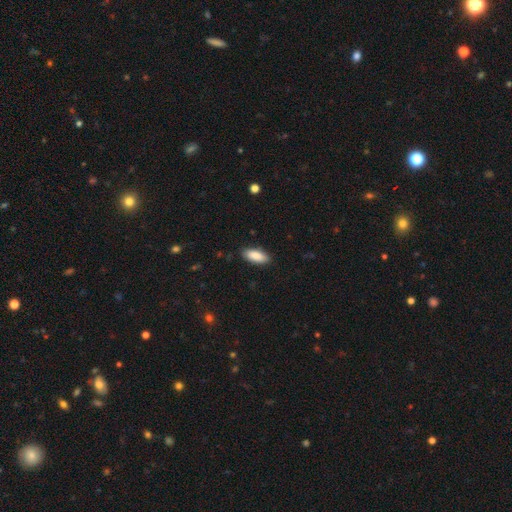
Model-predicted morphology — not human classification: Q: Smooth or featured?
A: smooth (88%); runner-up: star or artifact (6%)
Q: How rounded?
A: in between (85%); runner-up: cigar-shaped (14%)
Q: Merging?
A: none (87%); runner-up: minor disturbance (10%)